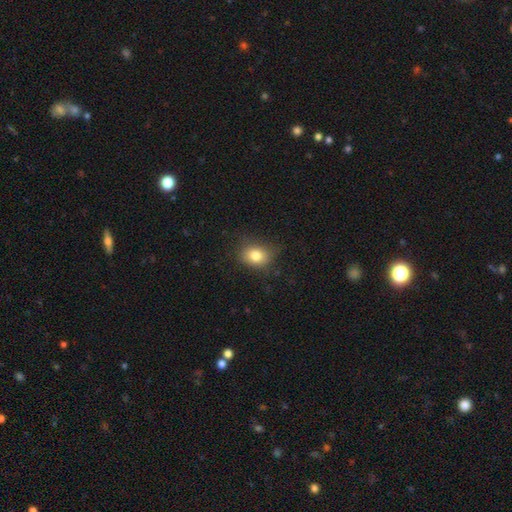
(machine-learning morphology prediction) Smooth or featured: smooth — 80% (star or artifact — 11%)
How rounded: in between — 56% (round — 43%)
Merging: none — 75% (minor disturbance — 18%)